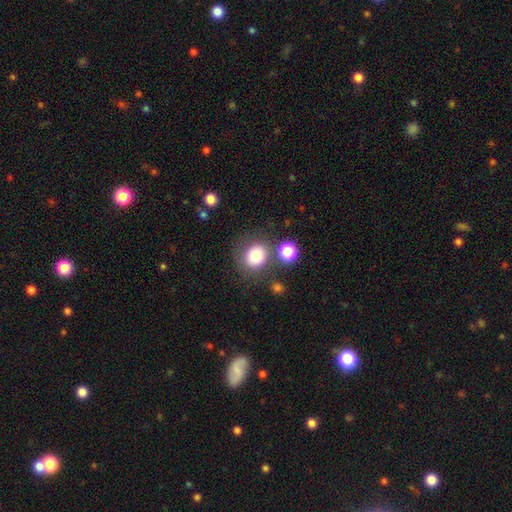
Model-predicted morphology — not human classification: Smooth or featured?
  - smooth: 81% *
  - star or artifact: 11%
  - featured or disk: 9%
How rounded?
  - round: 74% *
  - in between: 25%
  - cigar-shaped: 1%
Merging?
  - none: 69% *
  - minor disturbance: 13%
  - merger: 12%
  - major disturbance: 6%